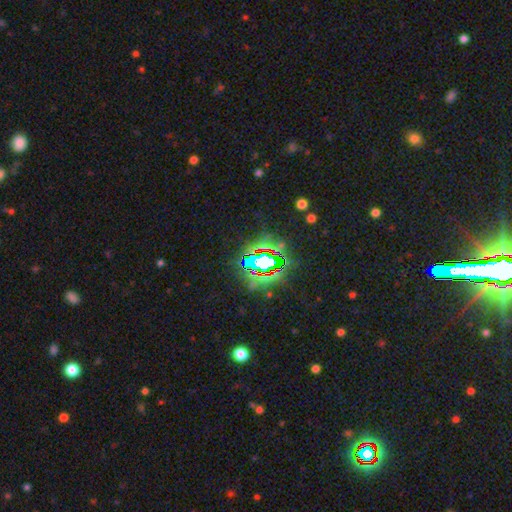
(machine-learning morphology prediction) Smooth or featured? star or artifact (80%)